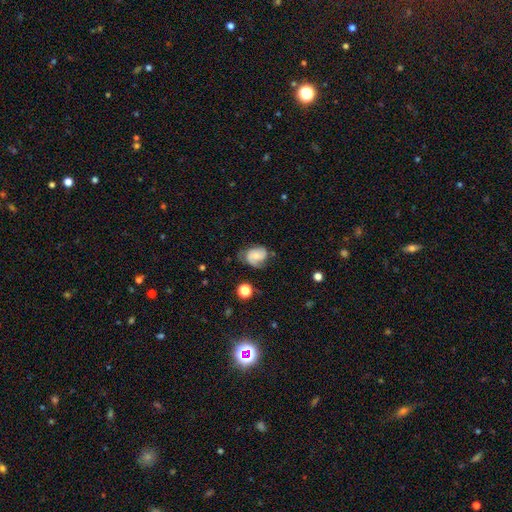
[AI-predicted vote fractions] Q: Smooth or featured?
A: featured or disk (60%); runner-up: smooth (31%)
Q: Edge-on disk?
A: no (97%); runner-up: yes (3%)
Q: Bar?
A: no (67%); runner-up: weak (27%)
Q: Spiral arms?
A: yes (90%); runner-up: no (10%)
Q: Spiral winding?
A: tight (41%); runner-up: medium (40%)
Q: Spiral arm count?
A: 2 (62%); runner-up: 1 (16%)
Q: Bulge size?
A: small (52%); runner-up: moderate (36%)
Q: Merging?
A: none (54%); runner-up: minor disturbance (29%)